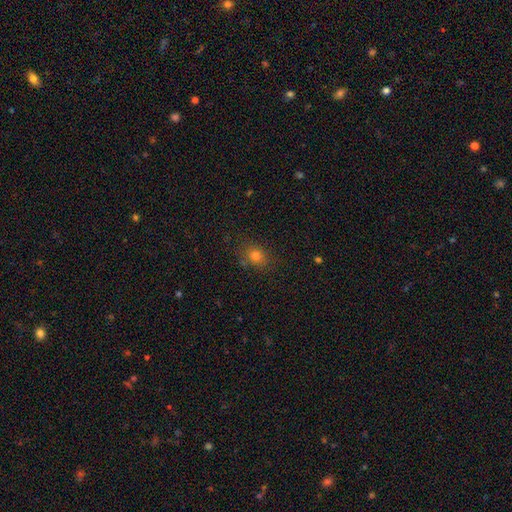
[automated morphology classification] The model was most divided on "how rounded": round: 62%, in between: 37%, cigar-shaped: 1%. More confident: merging — none (80%); smooth or featured — smooth (76%).